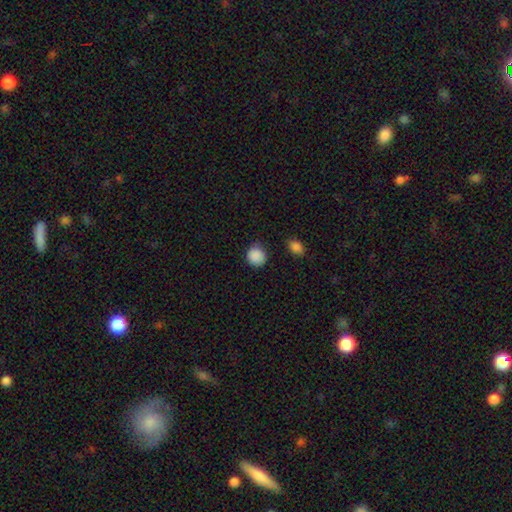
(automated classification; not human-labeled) smooth_or_featured: smooth (p=0.88) [alt: star or artifact p=0.09]
how_rounded: round (p=0.87) [alt: in between p=0.12]
merging: none (p=0.80) [alt: minor disturbance p=0.14]